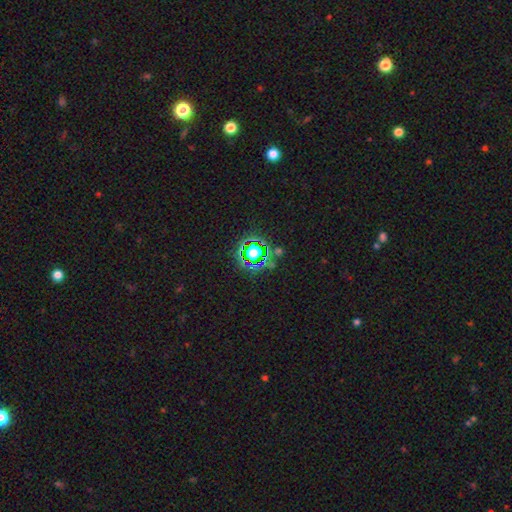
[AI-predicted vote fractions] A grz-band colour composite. It shows a star or artifact, not a galaxy (67%).